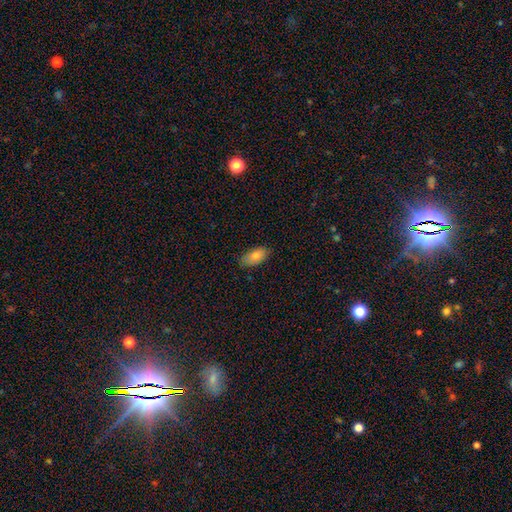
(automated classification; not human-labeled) smooth 81%, featured or disk 11%, star or artifact 8%. Down the decision tree: how rounded — in between (90%); merging — none (84%).